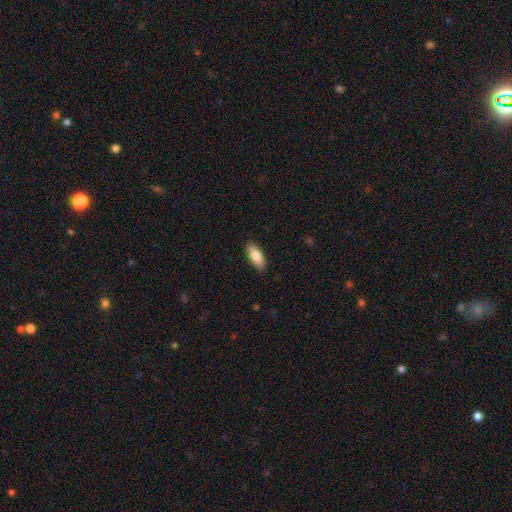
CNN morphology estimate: This appears to be a smooth galaxy with no disk features (82%) that is in between round and cigar-shaped (77%). Merging: none (90%).